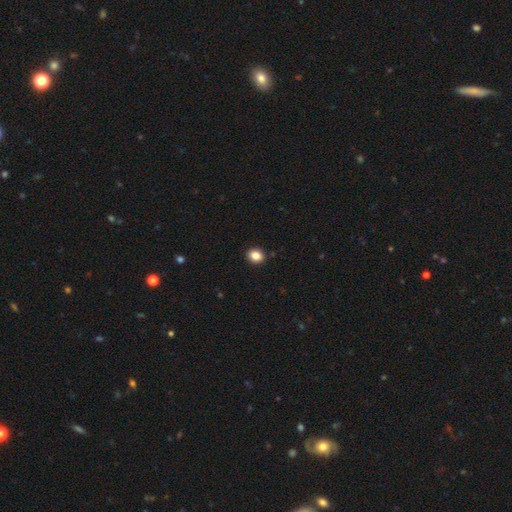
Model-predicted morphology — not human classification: Smooth or featured? Predicted: smooth (p=0.86). How rounded? Predicted: round (p=0.58). Merging? Predicted: none (p=0.91).